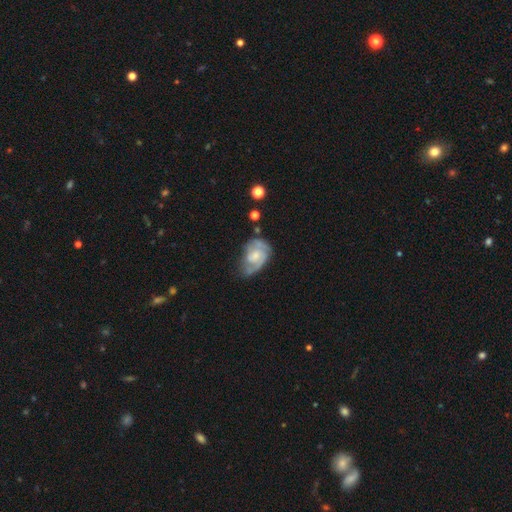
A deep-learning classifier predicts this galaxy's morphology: A featured or disk galaxy (72%) with no bar (61%), 2 (52%) medium (43%) spiral arms (86%) and a moderate central bulge (38%).

Vote fractions:
- Smooth or featured? featured or disk: 72% / smooth: 22% / star or artifact: 6%
- Edge-on disk? no: 97% / yes: 3%
- Bar? no: 61% / weak: 34% / strong: 5%
- Spiral arms? yes: 86% / no: 14%
- Spiral winding? medium: 43% / tight: 41% / loose: 17%
- Spiral arm count? 2: 52% / can't tell: 22% / 1: 14% / 3: 8% / 4: 2% / more than 4: 2%
- Bulge size? moderate: 38% / small: 34% / none: 18% / large: 8% / dominant: 1%
- Merging? none: 47% / minor disturbance: 30% / major disturbance: 18% / merger: 4%